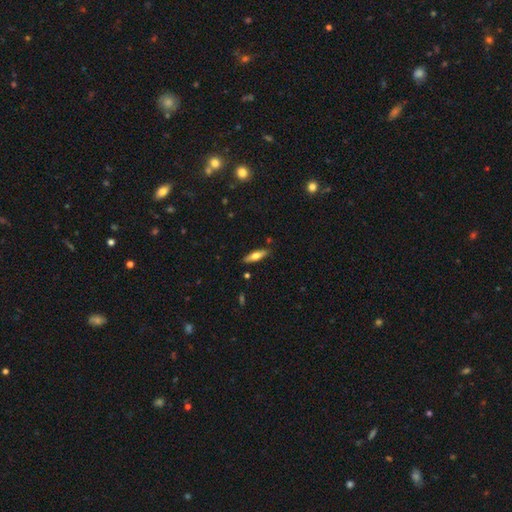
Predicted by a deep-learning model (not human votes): A smooth galaxy with no disk features (59%) that is cigar-shaped (58%). Merging: none (86%).